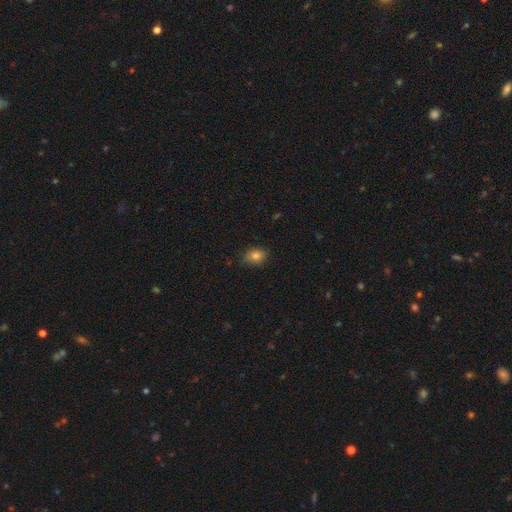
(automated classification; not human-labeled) This is clearly a smooth galaxy (83%). How rounded: likely in between (66%). Merging: likely none (78%).